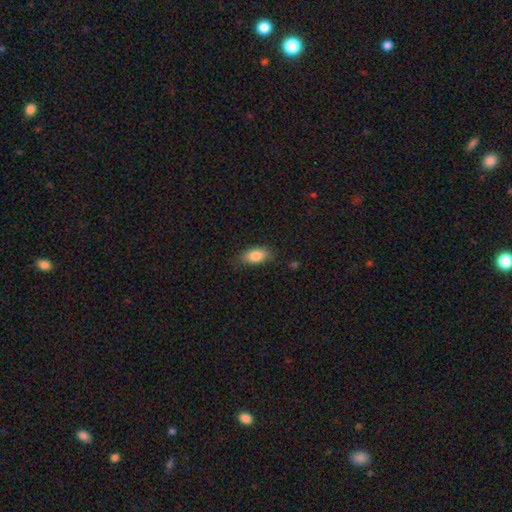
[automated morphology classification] Overall: smooth (84%). How rounded: in between (89%). Merging: none (78%).